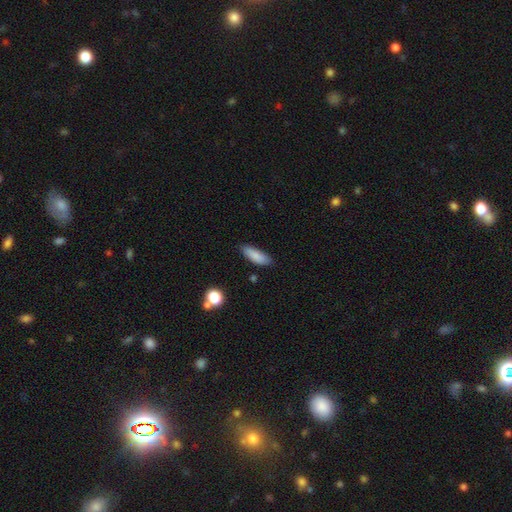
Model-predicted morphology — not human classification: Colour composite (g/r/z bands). It shows a smooth galaxy with no disk features (85%) that is in between round and cigar-shaped (55%). Merging: none (81%).